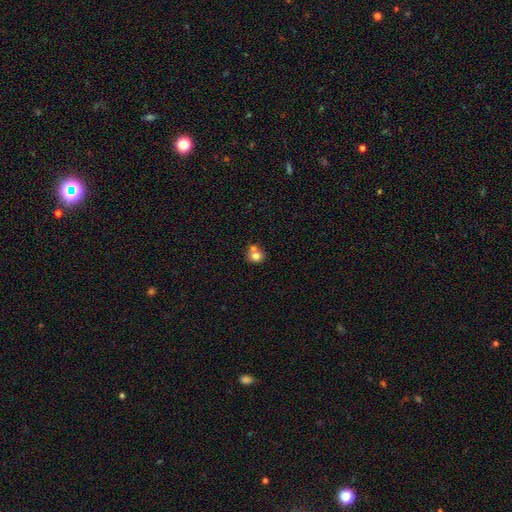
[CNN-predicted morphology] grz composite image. It shows a smooth galaxy with no disk features (76%) that is round (80%). Merging: none (46%).